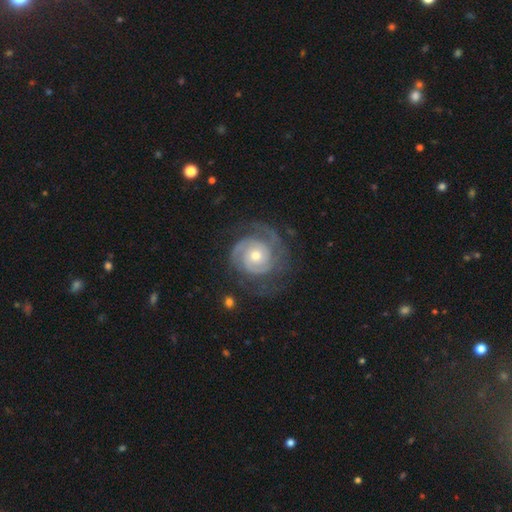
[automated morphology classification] The model was most divided on "bulge size": moderate: 57%, small: 37%, large: 3%, none: 1%, dominant: 1%. More confident: edge-on disk — no (98%); spiral arms — yes (97%); smooth or featured — featured or disk (89%); bar — no (76%); merging — none (69%); spiral winding — tight (69%); spiral arm count — 2 (50%).